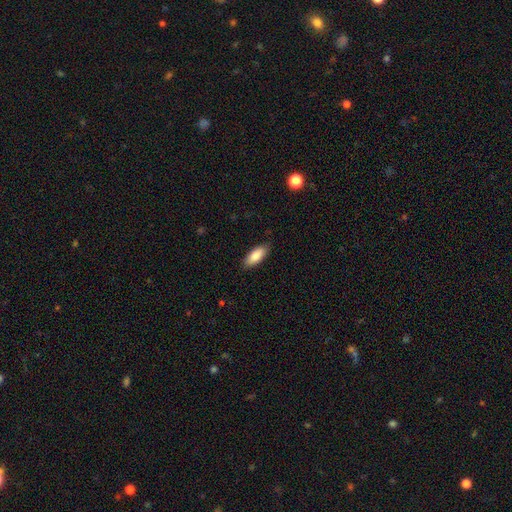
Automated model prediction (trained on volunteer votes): Morphology: type=smooth (85%); roundness=in between (78%); merging=none (86%).